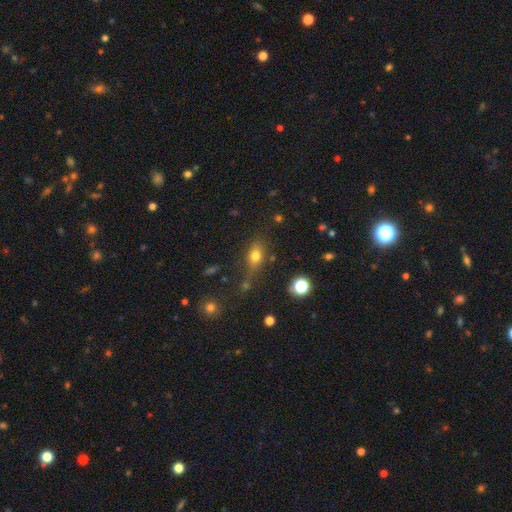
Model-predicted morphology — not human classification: Q: Smooth or featured?
A: smooth (72%); runner-up: star or artifact (15%)
Q: How rounded?
A: in between (67%); runner-up: round (26%)
Q: Merging?
A: none (63%); runner-up: minor disturbance (18%)